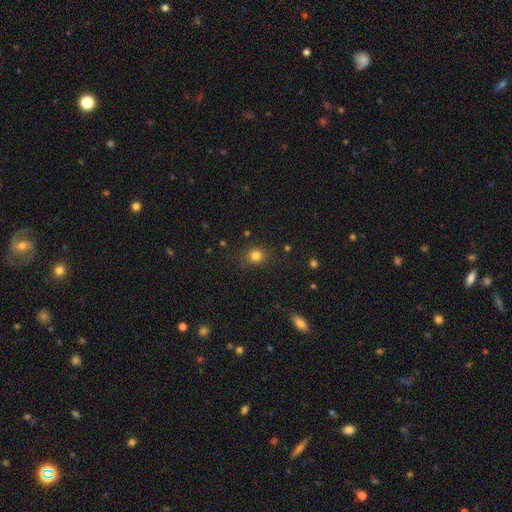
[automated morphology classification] A smooth galaxy with no disk features (80%) that is round (77%). Merging: none (85%).